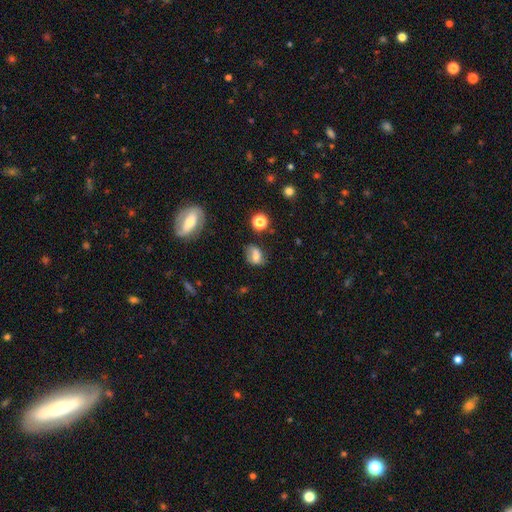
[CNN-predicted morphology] smooth-or-featured: smooth: 66% | featured or disk: 21% | star or artifact: 13%
  how-rounded: in between: 65% | round: 33% | cigar-shaped: 2%
  merging: none: 55% | minor disturbance: 26% | major disturbance: 11% | merger: 8%